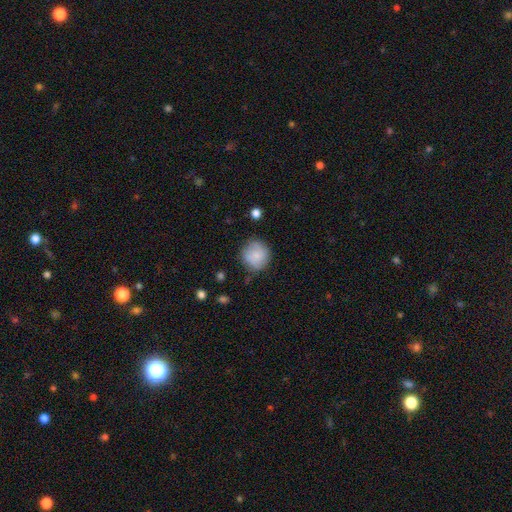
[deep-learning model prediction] Smooth or featured?
  - smooth: 80% *
  - featured or disk: 13%
  - star or artifact: 7%
How rounded?
  - round: 89% *
  - in between: 10%
  - cigar-shaped: 1%
Merging?
  - none: 75% *
  - minor disturbance: 18%
  - major disturbance: 5%
  - merger: 2%